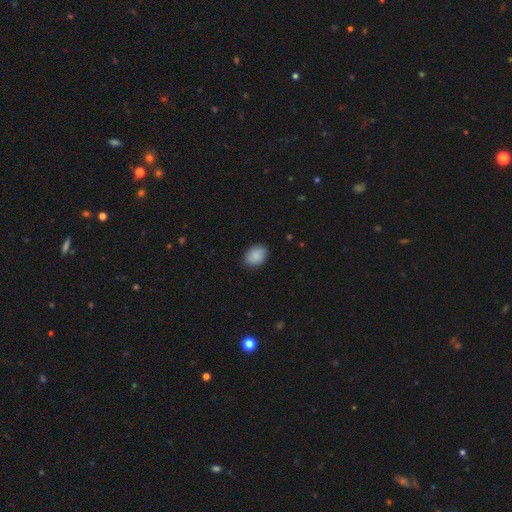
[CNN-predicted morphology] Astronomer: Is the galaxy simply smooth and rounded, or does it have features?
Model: smooth — 83%.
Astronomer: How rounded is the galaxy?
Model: in between — 68%.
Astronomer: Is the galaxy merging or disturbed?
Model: none — 82%.